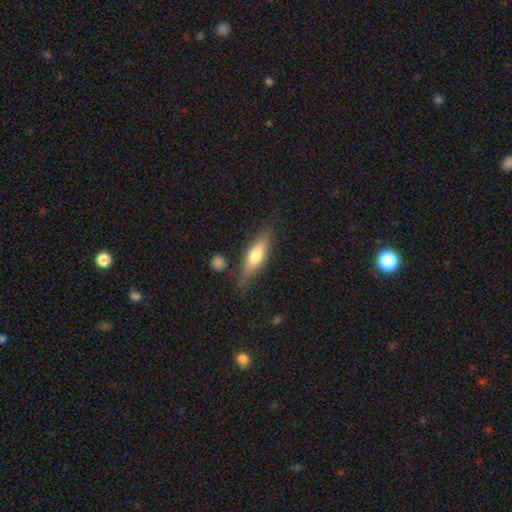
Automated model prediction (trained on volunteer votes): The model was most divided on "how rounded": cigar-shaped: 54%, in between: 43%, round: 3%. More confident: merging — none (74%); smooth or featured — smooth (54%).